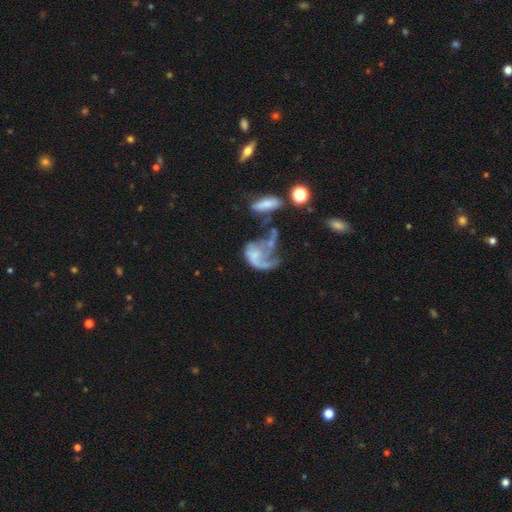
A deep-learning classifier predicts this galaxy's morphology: type=featured or disk (64%); edge-on=no (97%); bar=no (78%); spiral arms=yes (58%); bulge=none (59%); merging=major disturbance (45%).